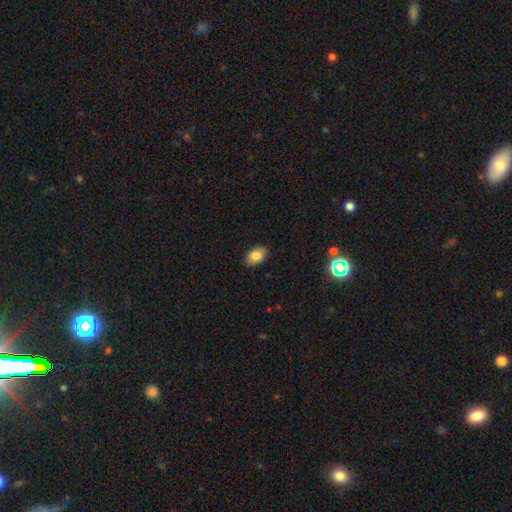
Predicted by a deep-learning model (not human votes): smooth 82%, featured or disk 10%, star or artifact 8%. Down the decision tree: how rounded — in between (90%); merging — none (87%).